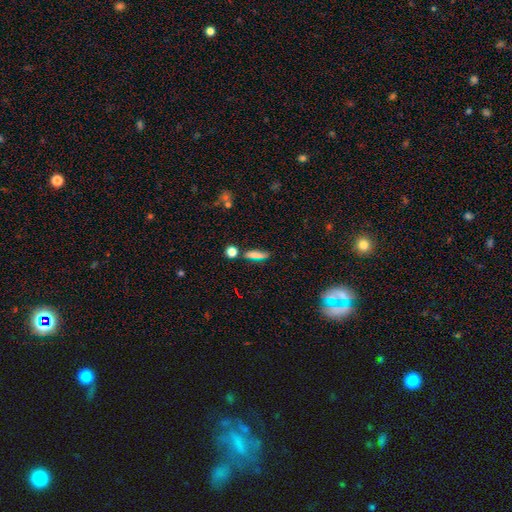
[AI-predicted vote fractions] smooth 70%, featured or disk 18%, star or artifact 11%. Down the decision tree: how rounded — cigar-shaped (75%); merging — none (76%).